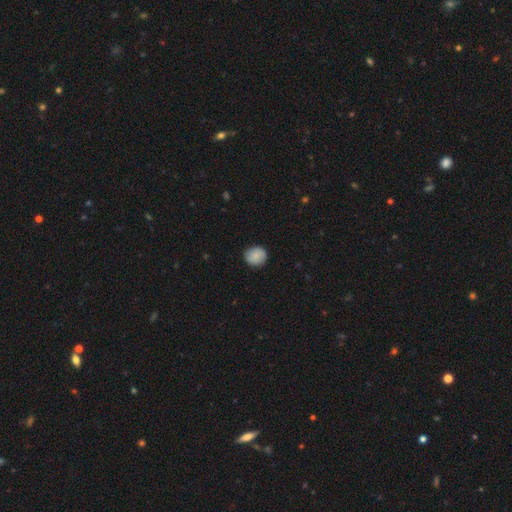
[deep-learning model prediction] smooth 85%, featured or disk 9%, star or artifact 7%. Down the decision tree: how rounded — round (83%); merging — none (85%).